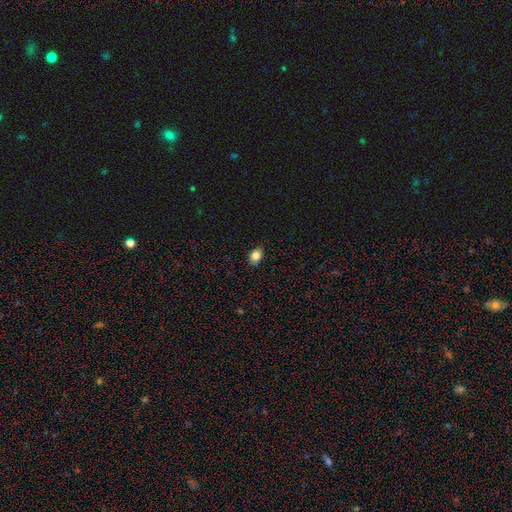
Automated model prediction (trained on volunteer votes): Morphology: type=smooth (82%); roundness=in between (66%); merging=none (87%).